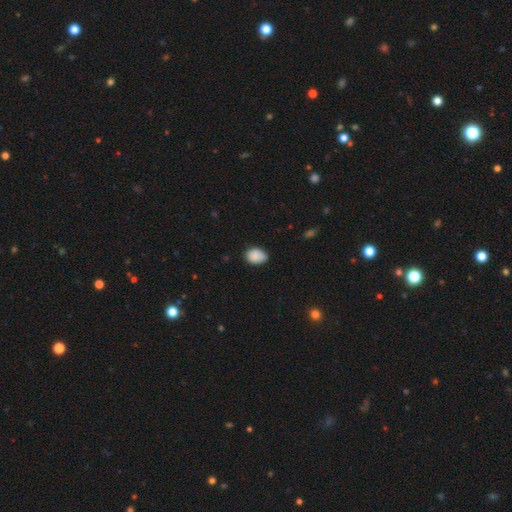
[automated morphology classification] A smooth galaxy with no disk features (89%) that is in between round and cigar-shaped (76%).

Vote fractions:
- Smooth or featured? smooth: 89% / star or artifact: 7% / featured or disk: 4%
- How rounded? in between: 76% / round: 23% / cigar-shaped: 1%
- Merging? none: 77% / minor disturbance: 19% / major disturbance: 3% / merger: 1%